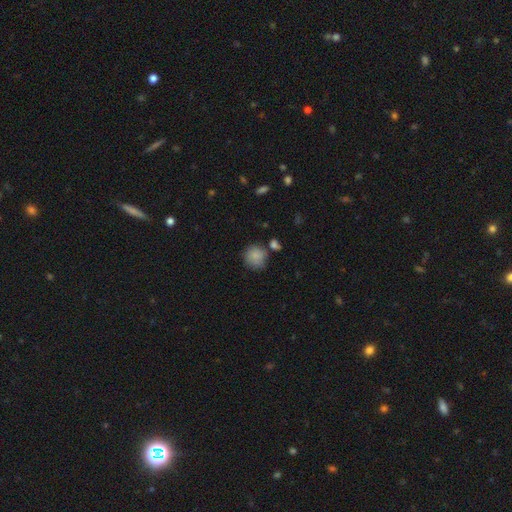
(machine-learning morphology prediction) Smooth or featured: smooth — 85% (star or artifact — 8%)
How rounded: round — 89% (in between — 10%)
Merging: none — 66% (minor disturbance — 19%)